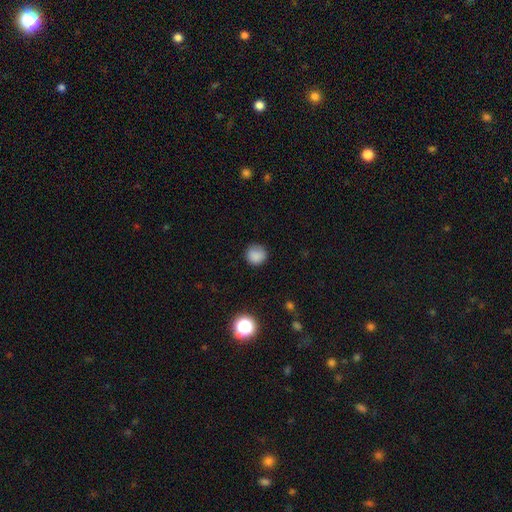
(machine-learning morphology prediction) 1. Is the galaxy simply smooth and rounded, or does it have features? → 85% smooth, 11% star or artifact, 4% featured or disk.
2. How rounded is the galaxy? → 90% round, 9% in between, 1% cigar-shaped.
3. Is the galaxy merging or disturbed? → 83% none, 13% minor disturbance, 3% major disturbance, 1% merger.